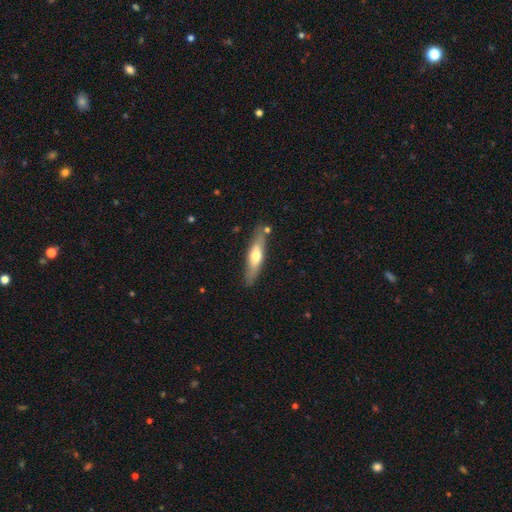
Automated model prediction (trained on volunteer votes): smooth_or_featured: smooth (p=0.50) [alt: featured or disk p=0.44]
how_rounded: cigar-shaped (p=0.75) [alt: in between p=0.24]
merging: none (p=0.81) [alt: minor disturbance p=0.12]